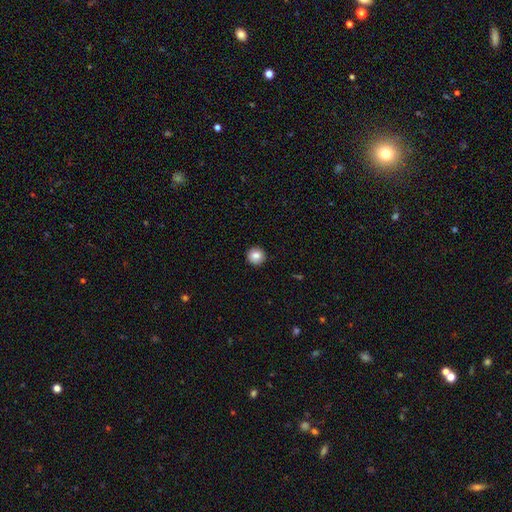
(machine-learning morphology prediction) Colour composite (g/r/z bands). It shows a smooth galaxy with no disk features (85%) that is round (95%). Merging: none (93%).